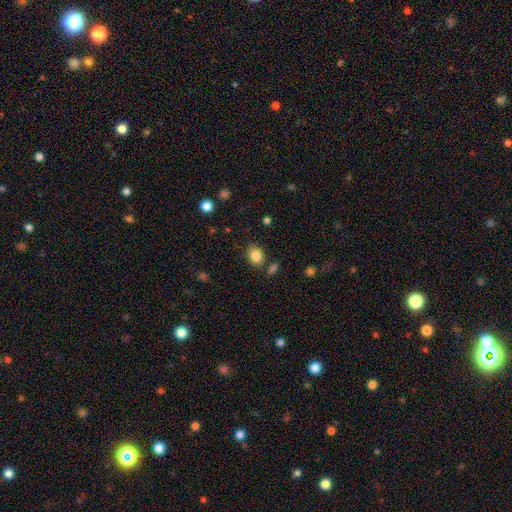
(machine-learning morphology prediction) Smooth or featured? smooth (85%)
How rounded? in between (60%)
Merging? none (79%)